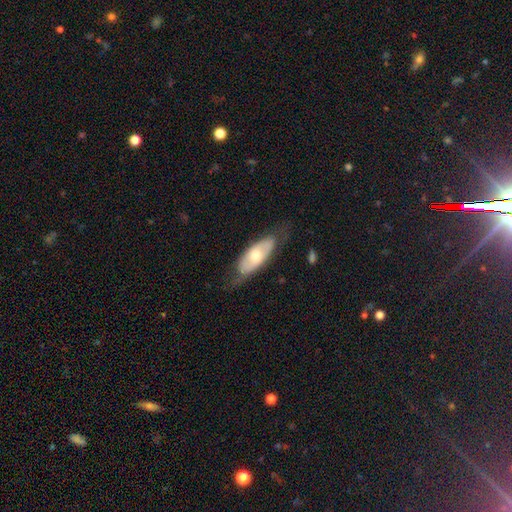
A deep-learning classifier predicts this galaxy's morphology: Smooth or featured?
  - smooth: 49% *
  - featured or disk: 45%
  - star or artifact: 5%
Merging?
  - none: 66% *
  - minor disturbance: 23%
  - major disturbance: 9%
  - merger: 1%